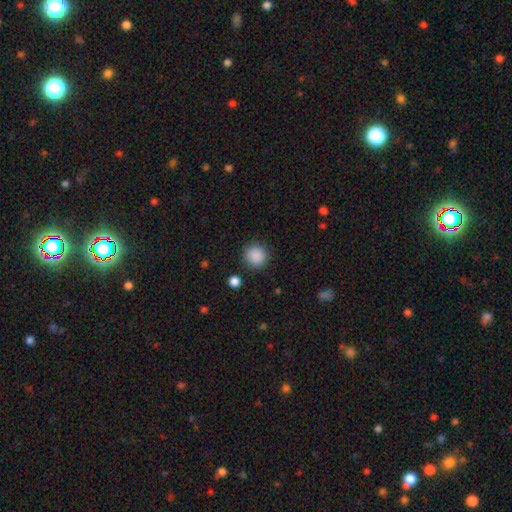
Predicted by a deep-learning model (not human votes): Morphology: type=smooth (88%); roundness=round (94%); merging=none (89%).